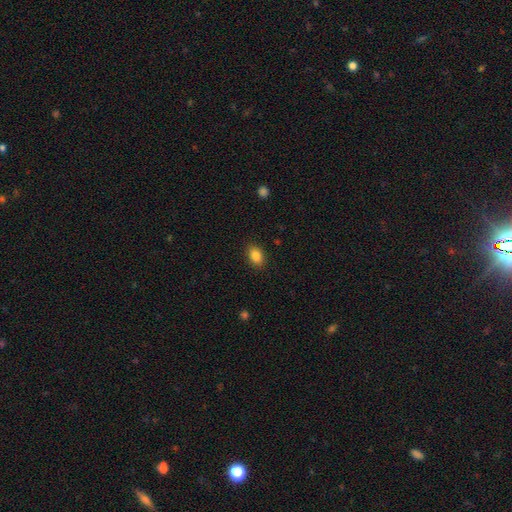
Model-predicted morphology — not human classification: Smooth or featured?
  - smooth: 85% *
  - star or artifact: 9%
  - featured or disk: 6%
How rounded?
  - in between: 79% *
  - round: 20%
  - cigar-shaped: 1%
Merging?
  - none: 89% *
  - minor disturbance: 8%
  - major disturbance: 2%
  - merger: 1%